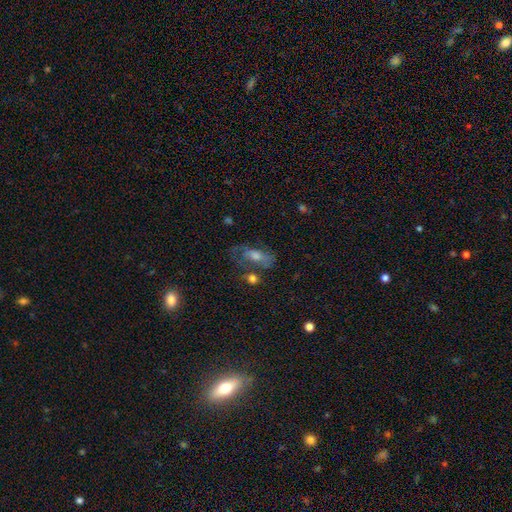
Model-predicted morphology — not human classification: Smooth or featured?
  - featured or disk: 50% *
  - smooth: 34%
  - star or artifact: 16%
Edge-on disk?
  - no: 83% *
  - yes: 17%
Merging?
  - none: 48% *
  - minor disturbance: 21%
  - major disturbance: 21%
  - merger: 10%